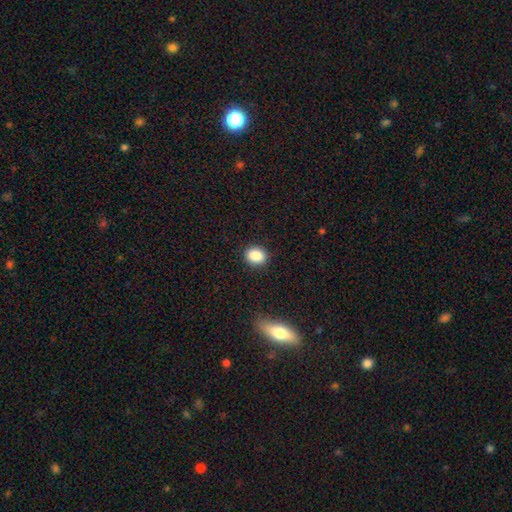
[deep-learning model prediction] Smooth or featured: smooth — 88% (star or artifact — 9%)
How rounded: round — 54% (in between — 45%)
Merging: none — 88% (minor disturbance — 8%)